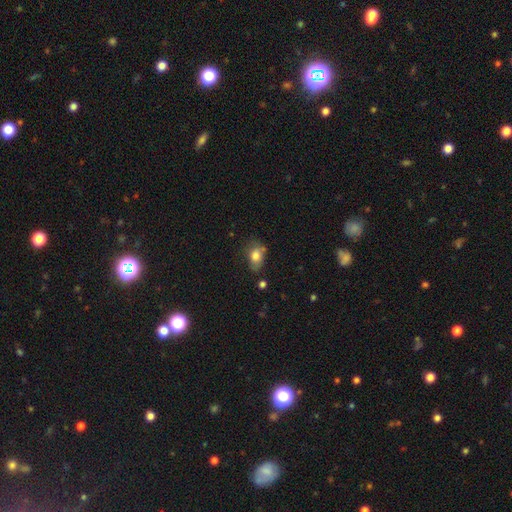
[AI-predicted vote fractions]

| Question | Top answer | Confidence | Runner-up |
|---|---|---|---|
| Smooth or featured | smooth | 74% | featured or disk (16%) |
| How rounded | in between | 74% | round (24%) |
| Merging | none | 46% | minor disturbance (32%) |